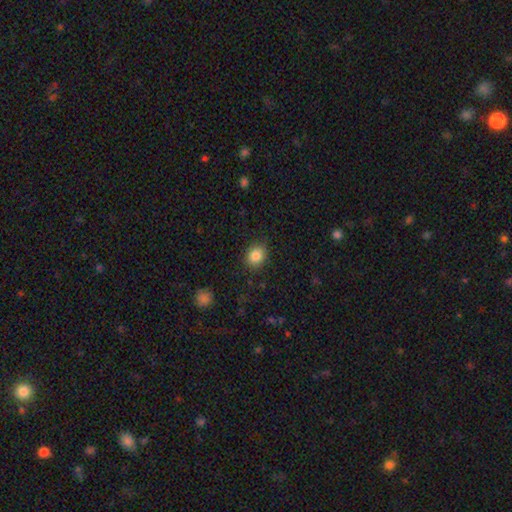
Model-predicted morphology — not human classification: This is clearly a smooth galaxy (85%). How rounded: possibly round (58%). Merging: clearly none (86%).